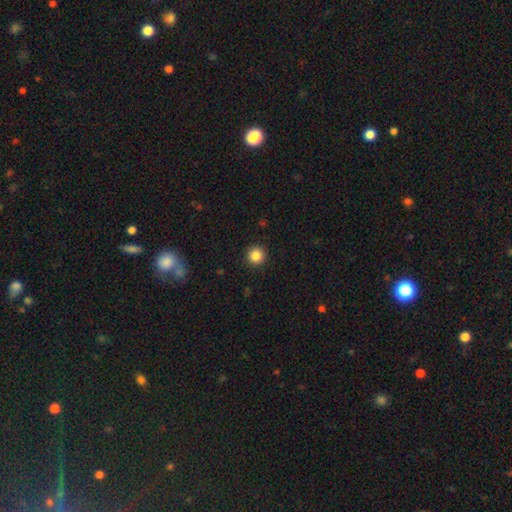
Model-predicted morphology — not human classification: Overall: smooth (86%). How rounded: round (95%). Merging: none (93%).